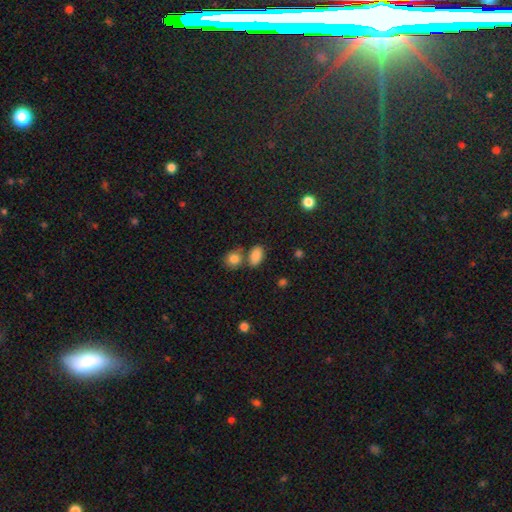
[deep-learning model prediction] Smooth or featured? Predicted: smooth (p=0.85). How rounded? Predicted: in between (p=0.88). Merging? Predicted: none (p=0.63).